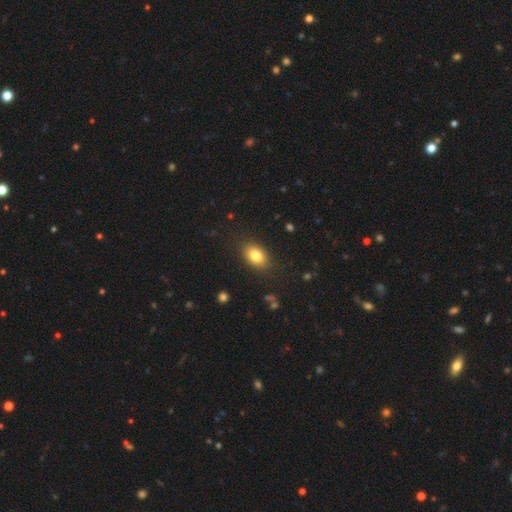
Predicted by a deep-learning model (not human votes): This appears to be a smooth galaxy with no disk features (82%) that is in between round and cigar-shaped (84%). Merging: none (85%).